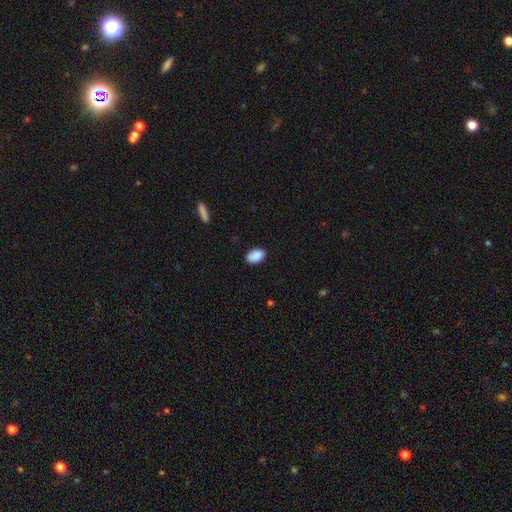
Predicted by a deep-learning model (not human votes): Overall: smooth (89%). How rounded: in between (90%). Merging: none (83%).